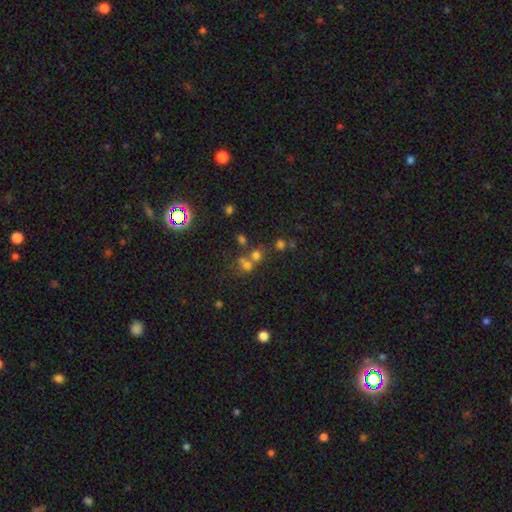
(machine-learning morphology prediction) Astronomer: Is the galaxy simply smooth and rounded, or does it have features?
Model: smooth — 58%.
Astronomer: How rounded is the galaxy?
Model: round — 77%.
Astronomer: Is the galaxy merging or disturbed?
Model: merger — 45% (runner-up: none, 43%).